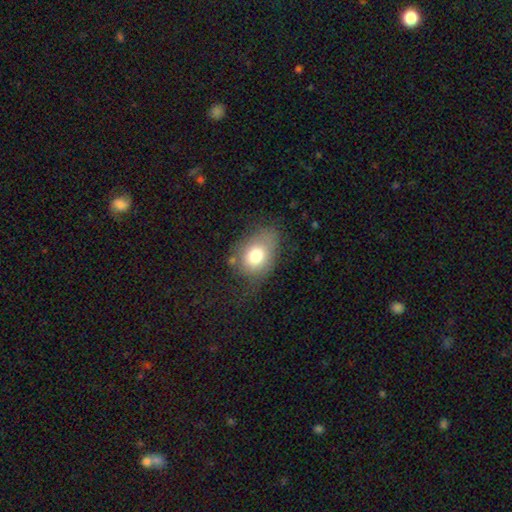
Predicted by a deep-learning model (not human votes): Smooth or featured? Predicted: smooth (p=0.74). How rounded? Predicted: in between (p=0.69). Merging? Predicted: none (p=0.50).